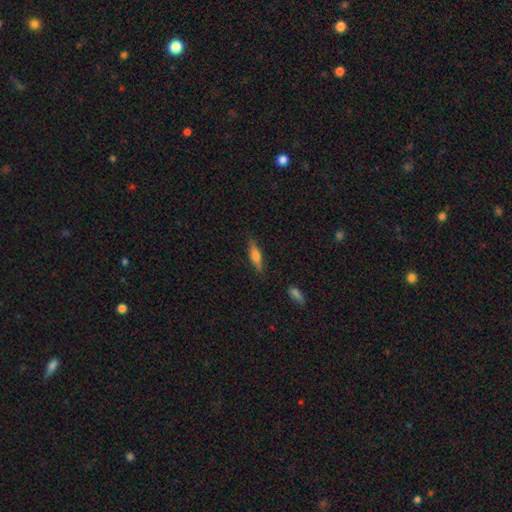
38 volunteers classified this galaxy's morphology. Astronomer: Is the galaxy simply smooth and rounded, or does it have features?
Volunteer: smooth — 66%.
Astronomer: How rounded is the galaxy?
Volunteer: cigar-shaped — 72%.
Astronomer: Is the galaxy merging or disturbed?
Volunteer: none — 68%.